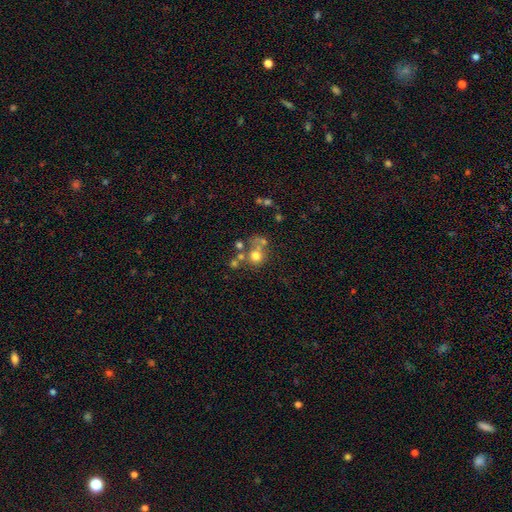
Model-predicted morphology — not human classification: A smooth galaxy with no disk features (60%) that is round (81%). Merging: none (44%).